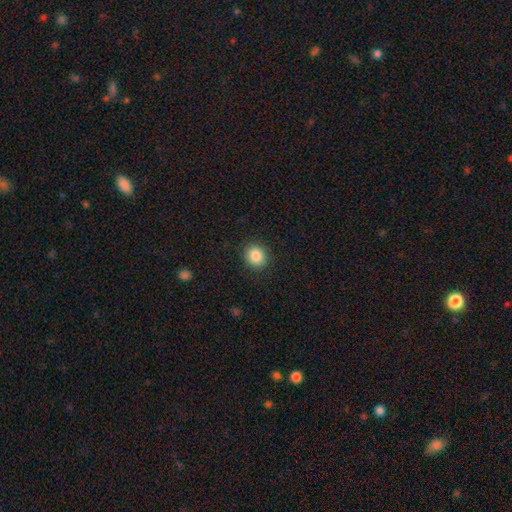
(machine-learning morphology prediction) This is clearly a smooth galaxy (86%). How rounded: likely round (78%). Merging: clearly none (89%).